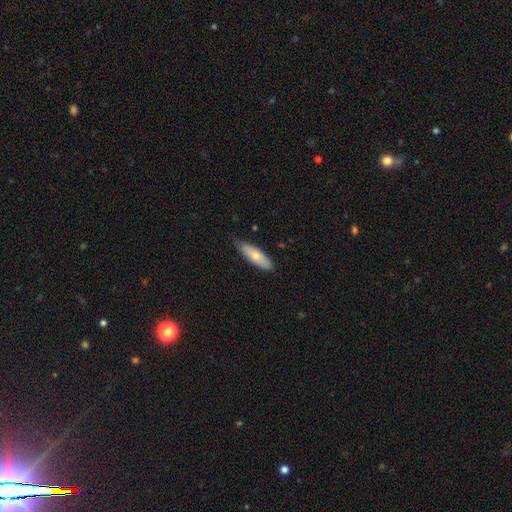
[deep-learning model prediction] Smooth or featured? Predicted: smooth (p=0.69). How rounded? Predicted: in between (p=0.56). Merging? Predicted: none (p=0.75).